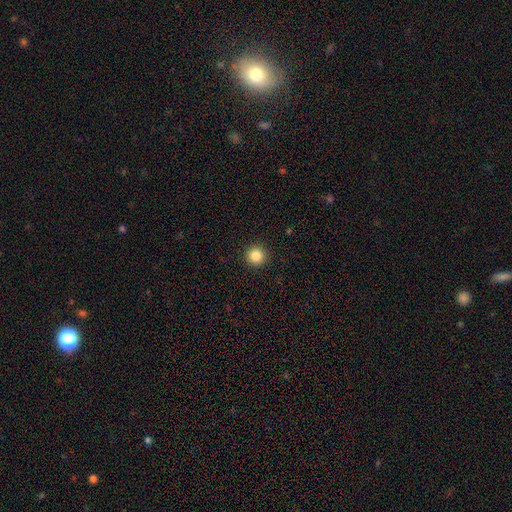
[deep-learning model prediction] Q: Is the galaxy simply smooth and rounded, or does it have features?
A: smooth — 85%.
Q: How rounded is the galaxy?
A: round — 96%.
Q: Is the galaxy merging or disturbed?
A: none — 93%.